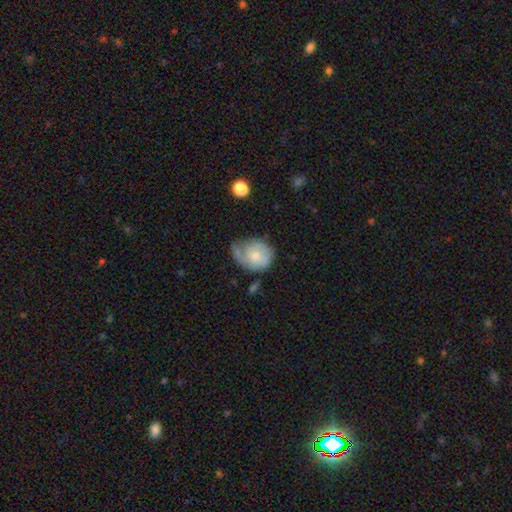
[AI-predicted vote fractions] This is possibly a featured or disk galaxy (53%). It is clearly not viewed edge-on (97%). Bar: likely no (79%). Spiral arm pattern: likely yes (78%). Central bulge: possibly small (47%). Merging: marginally none (39%).